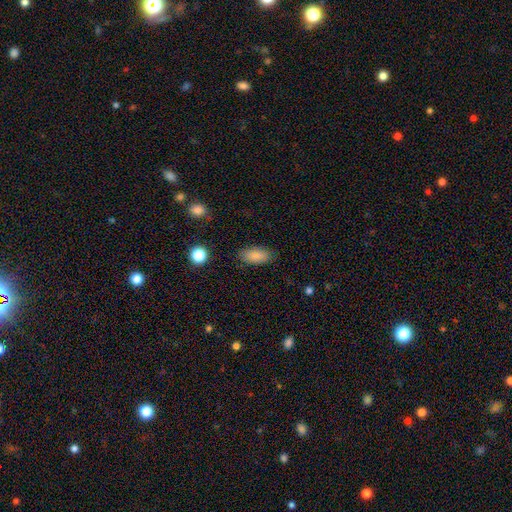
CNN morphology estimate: Smooth or featured?
  - smooth: 87% *
  - star or artifact: 8%
  - featured or disk: 5%
How rounded?
  - in between: 88% *
  - cigar-shaped: 8%
  - round: 3%
Merging?
  - none: 86% *
  - minor disturbance: 10%
  - major disturbance: 3%
  - merger: 1%